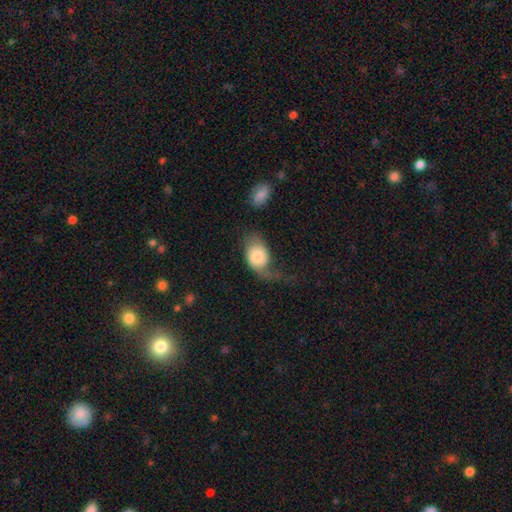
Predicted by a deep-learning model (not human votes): This appears to be a smooth galaxy with no disk features (61%) that is in between round and cigar-shaped (68%). Merging: major disturbance (48%).